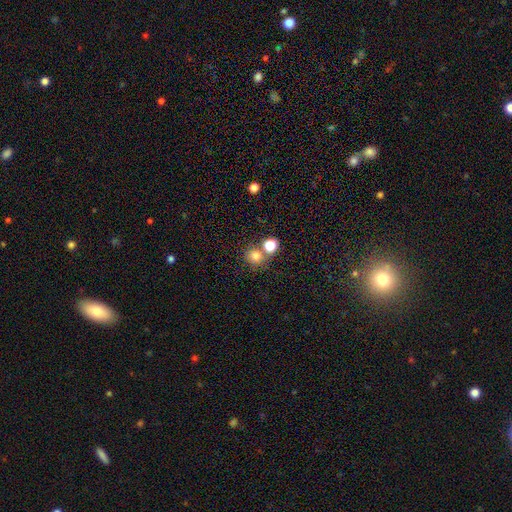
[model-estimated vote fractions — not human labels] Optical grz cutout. It shows a smooth galaxy with no disk features (78%) that is round (84%). Merging: none (57%).